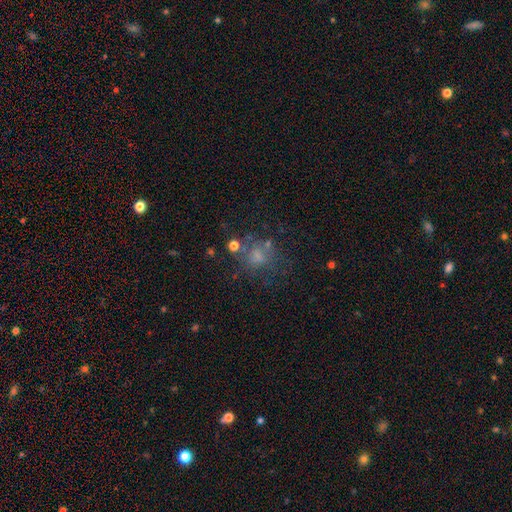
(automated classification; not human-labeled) smooth 54%, featured or disk 24%, star or artifact 22%. Down the decision tree: how rounded — round (68%); merging — none (53%).